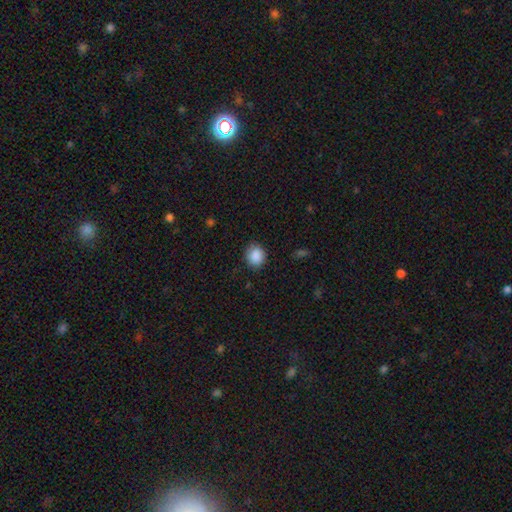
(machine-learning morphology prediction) Smooth or featured: smooth — 88% (star or artifact — 8%)
How rounded: round — 68% (in between — 31%)
Merging: none — 82% (minor disturbance — 14%)